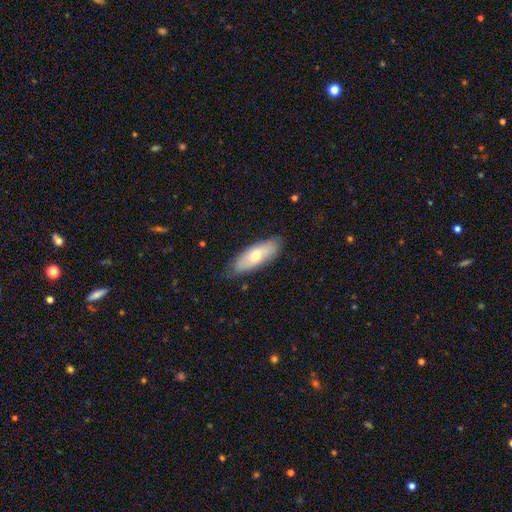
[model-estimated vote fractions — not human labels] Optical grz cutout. It shows a smooth galaxy with no disk features (61%) that is in between round and cigar-shaped (72%). Merging: none (80%).